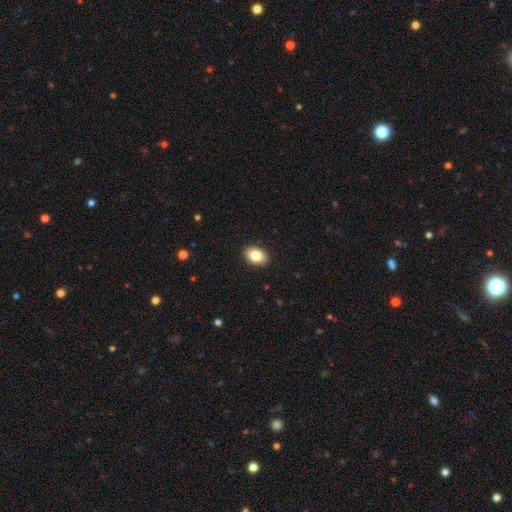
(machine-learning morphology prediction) smooth_or_featured: smooth (p=0.83) [alt: featured or disk p=0.09]
how_rounded: in between (p=0.82) [alt: round p=0.16]
merging: none (p=0.91) [alt: minor disturbance p=0.07]